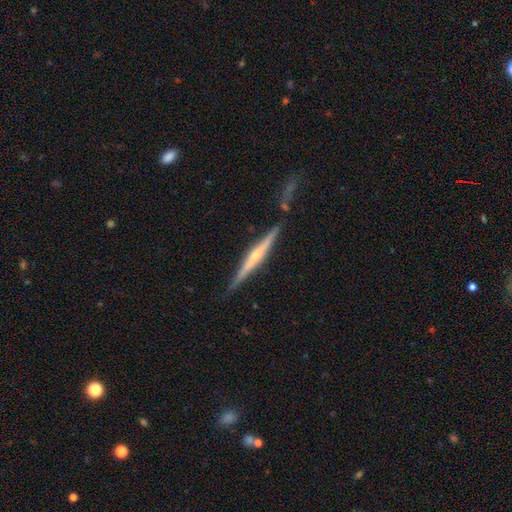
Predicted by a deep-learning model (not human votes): smooth-or-featured: featured or disk: 76% | smooth: 18% | star or artifact: 6%
  disk-edge-on: yes: 98% | no: 2%
    edge-on-bulge: rounded: 74% | none: 19% | boxy: 7%
  merging: none: 82% | minor disturbance: 12% | merger: 4% | major disturbance: 3%